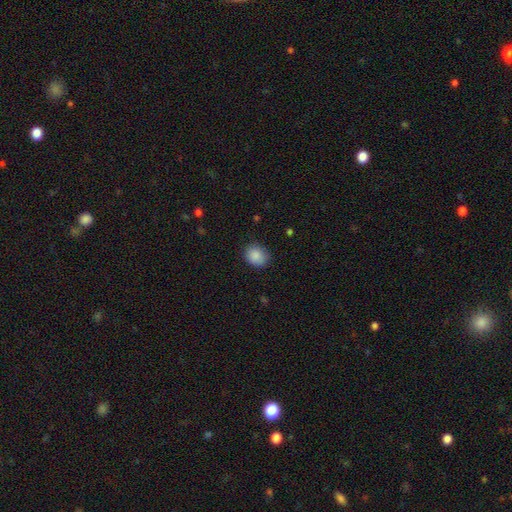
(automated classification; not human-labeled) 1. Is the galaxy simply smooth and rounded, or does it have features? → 87% smooth, 8% star or artifact, 5% featured or disk.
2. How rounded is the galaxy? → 60% round, 40% in between, 1% cigar-shaped.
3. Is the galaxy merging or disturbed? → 80% none, 15% minor disturbance, 3% major disturbance, 1% merger.